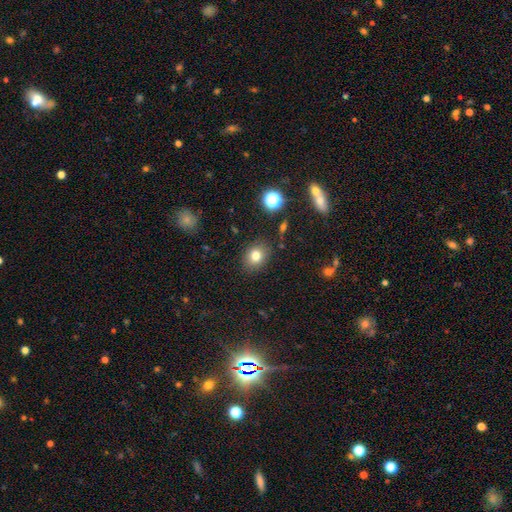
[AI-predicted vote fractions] Smooth or featured? Predicted: smooth (p=0.79). How rounded? Predicted: round (p=0.57). Merging? Predicted: none (p=0.85).